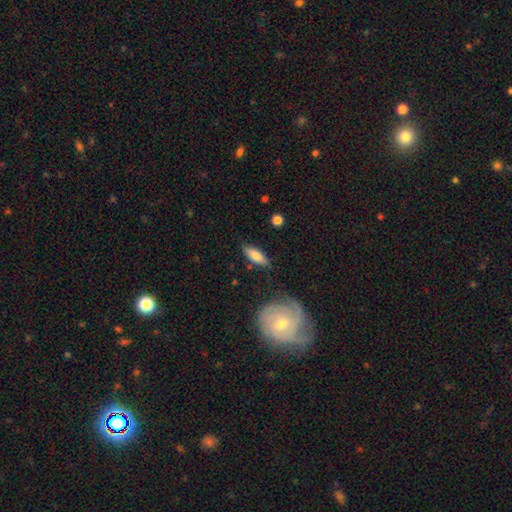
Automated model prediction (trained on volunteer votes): The model was most divided on "how rounded": in between: 62%, cigar-shaped: 35%, round: 3%. More confident: merging — none (78%); smooth or featured — smooth (72%).